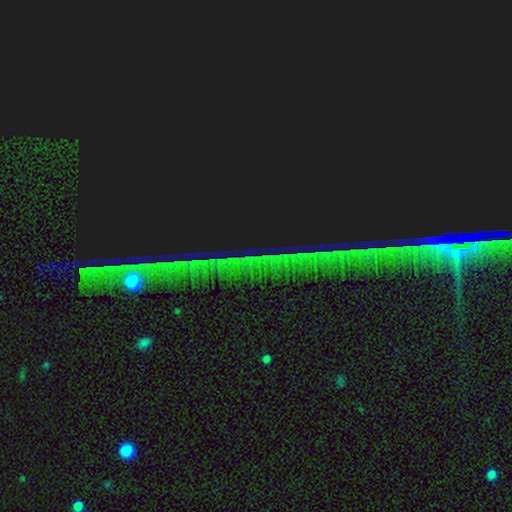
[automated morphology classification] The model was most divided on "smooth or featured": star or artifact: 83%, featured or disk: 9%, smooth: 8%.